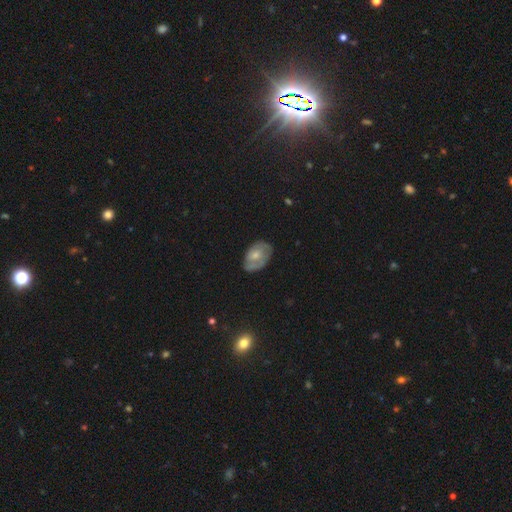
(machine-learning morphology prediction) smooth 49%, featured or disk 44%, star or artifact 7%. Down the decision tree: merging — none (62%).